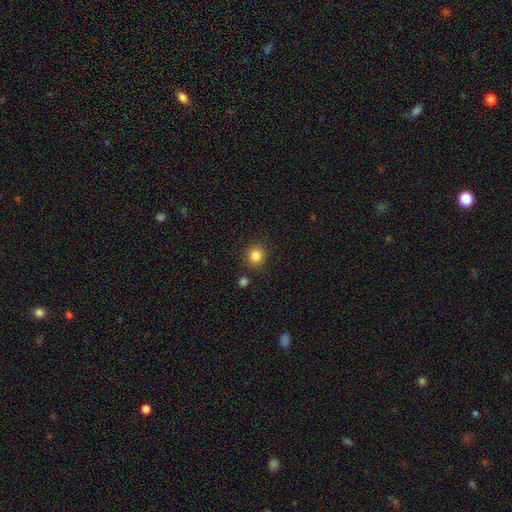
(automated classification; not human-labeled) Smooth or featured? smooth (85%)
How rounded? round (87%)
Merging? none (87%)